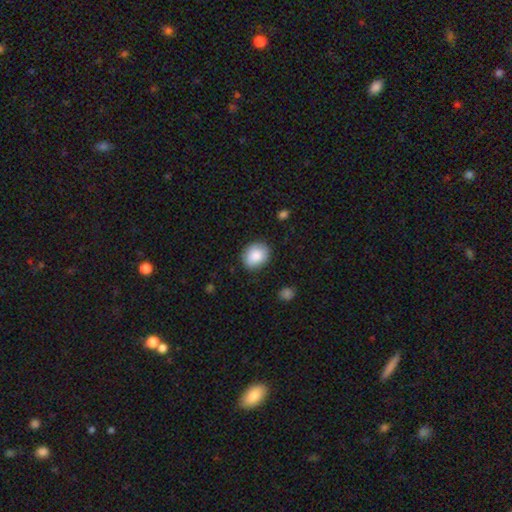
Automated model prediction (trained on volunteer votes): Morphology: type=smooth (87%); roundness=round (55%); merging=none (83%).